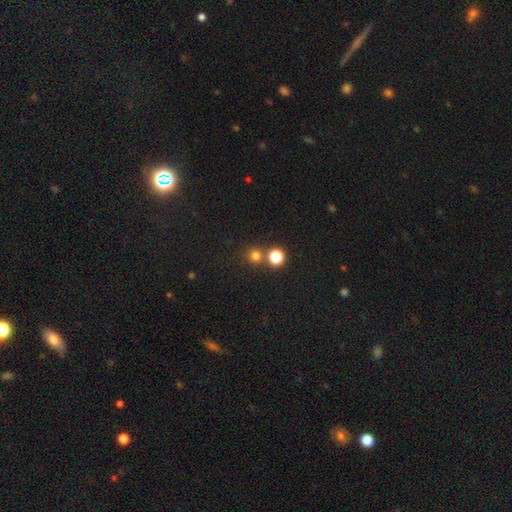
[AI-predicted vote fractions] This is likely a smooth galaxy (75%). How rounded: clearly round (92%). Merging: likely none (73%).